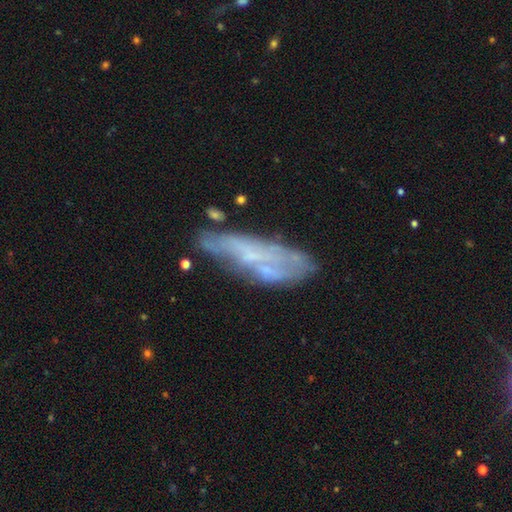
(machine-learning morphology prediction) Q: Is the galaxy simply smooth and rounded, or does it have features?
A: featured or disk — 55%.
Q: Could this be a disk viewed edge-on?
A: no — 74%.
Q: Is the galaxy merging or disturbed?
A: none — 50%.